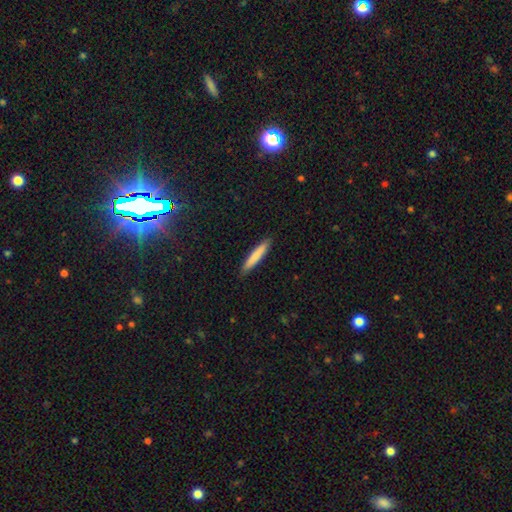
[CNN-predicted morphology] smooth-or-featured: smooth: 80% | featured or disk: 15% | star or artifact: 6%
  how-rounded: cigar-shaped: 92% | in between: 7% | round: 1%
  merging: none: 89% | minor disturbance: 8% | major disturbance: 2% | merger: 1%